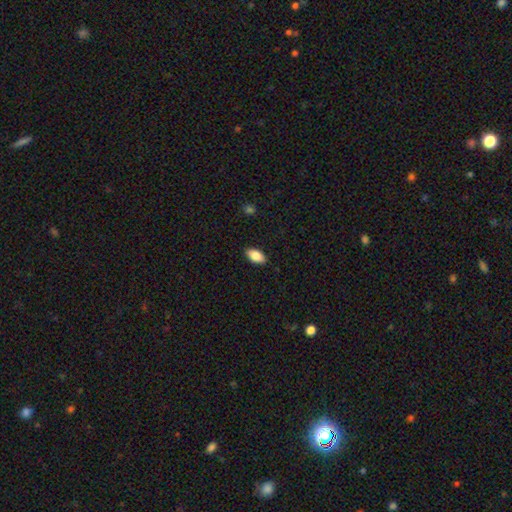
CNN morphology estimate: The model was most divided on "smooth or featured": smooth: 85%, featured or disk: 8%, star or artifact: 7%. More confident: how rounded — in between (92%); merging — none (89%).